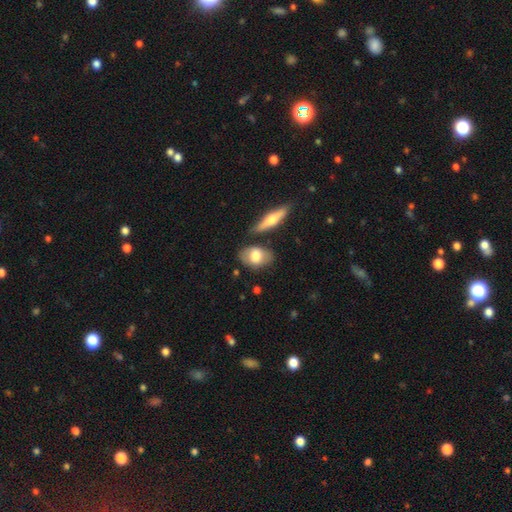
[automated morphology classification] Q: Smooth or featured?
A: smooth (67%); runner-up: featured or disk (27%)
Q: How rounded?
A: in between (84%); runner-up: round (13%)
Q: Merging?
A: none (70%); runner-up: minor disturbance (16%)